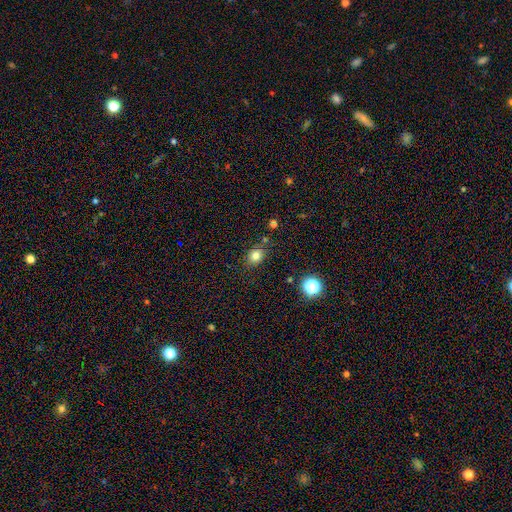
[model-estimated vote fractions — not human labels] smooth-or-featured: smooth: 79% | star or artifact: 14% | featured or disk: 7%
  how-rounded: round: 55% | in between: 44% | cigar-shaped: 1%
  merging: none: 78% | minor disturbance: 13% | merger: 5% | major disturbance: 3%